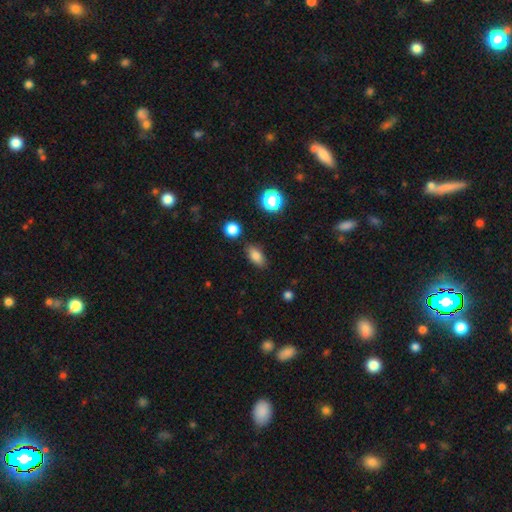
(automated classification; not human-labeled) Overall: smooth (81%). How rounded: in between (86%). Merging: none (84%).